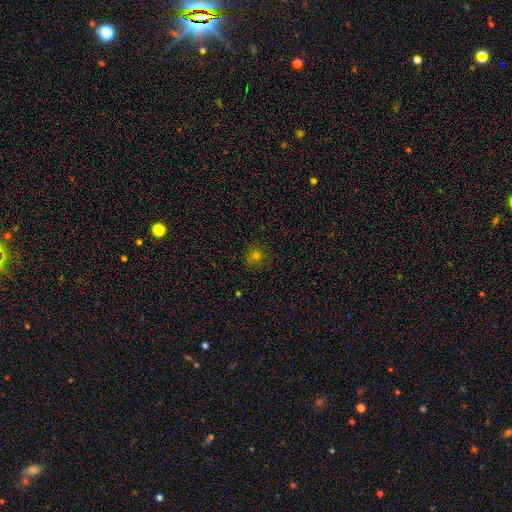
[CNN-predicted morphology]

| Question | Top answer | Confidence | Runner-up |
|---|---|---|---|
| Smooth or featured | smooth | 70% | star or artifact (23%) |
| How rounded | round | 91% | in between (8%) |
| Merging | none | 85% | minor disturbance (10%) |